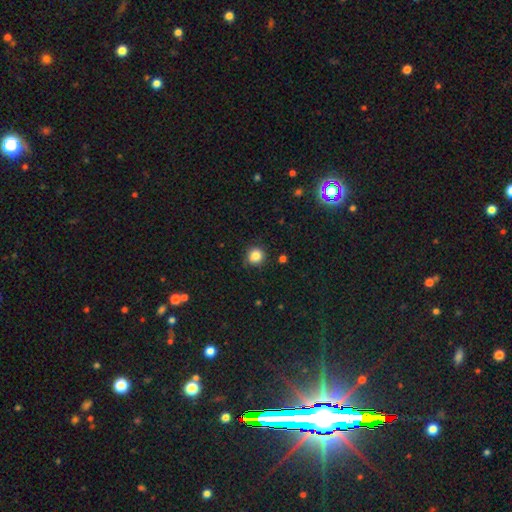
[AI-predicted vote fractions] A smooth galaxy with no disk features (84%) that is round (91%).

Vote fractions:
- Smooth or featured? smooth: 84% / star or artifact: 12% / featured or disk: 5%
- How rounded? round: 91% / in between: 8% / cigar-shaped: 1%
- Merging? none: 82% / minor disturbance: 13% / major disturbance: 3% / merger: 2%